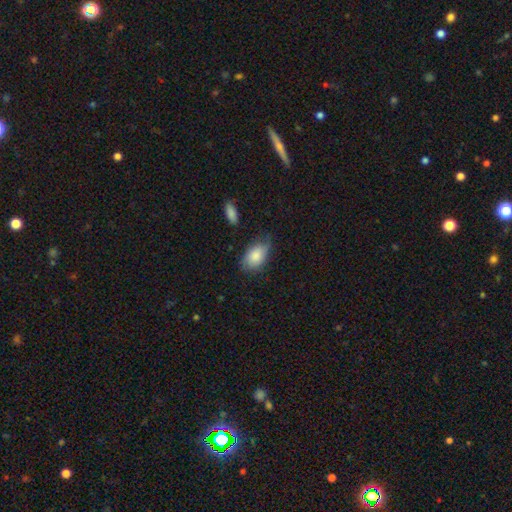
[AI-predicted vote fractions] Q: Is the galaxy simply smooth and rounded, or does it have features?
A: smooth — 79%.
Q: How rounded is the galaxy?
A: in between — 91%.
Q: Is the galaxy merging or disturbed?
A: none — 57%.